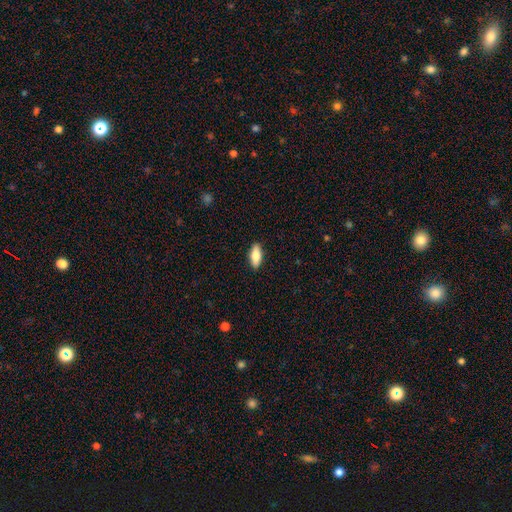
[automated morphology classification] smooth 76%, featured or disk 18%, star or artifact 6%. Down the decision tree: how rounded — in between (79%); merging — none (89%).